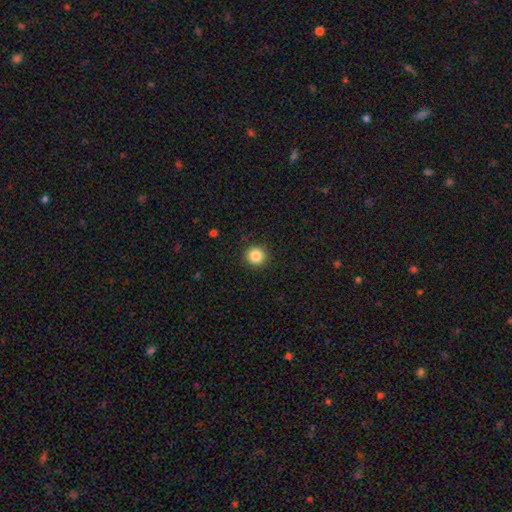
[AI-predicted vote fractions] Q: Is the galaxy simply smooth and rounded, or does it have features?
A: smooth — 86%.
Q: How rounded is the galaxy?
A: round — 95%.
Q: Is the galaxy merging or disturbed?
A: none — 92%.